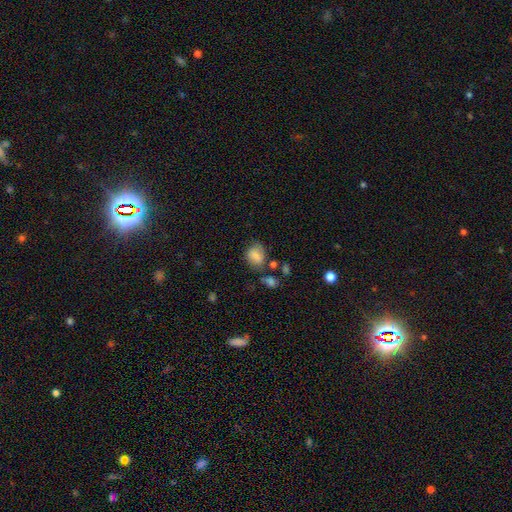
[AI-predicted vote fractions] This is likely a smooth galaxy (79%). How rounded: possibly in between (57%). Merging: likely none (61%).